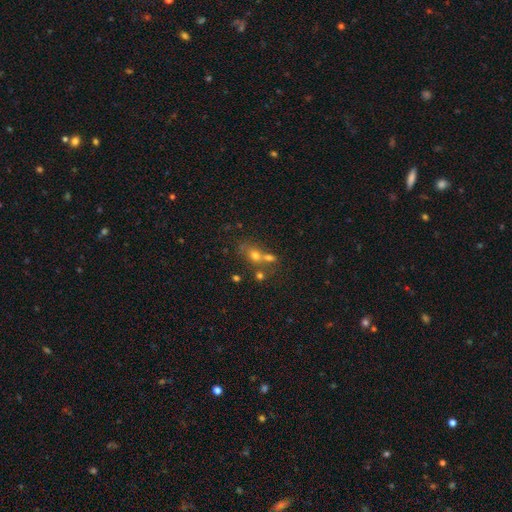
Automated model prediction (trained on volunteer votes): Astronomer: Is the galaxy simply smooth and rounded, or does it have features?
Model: smooth — 60%.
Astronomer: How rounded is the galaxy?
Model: round — 61% (runner-up: in between, 36%).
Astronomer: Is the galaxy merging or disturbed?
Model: merger — 54% (runner-up: none, 31%).